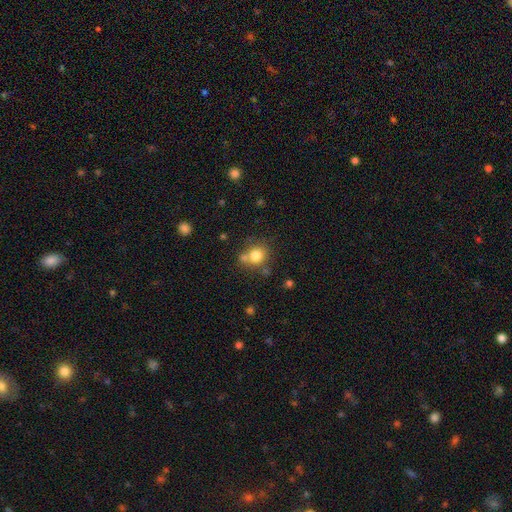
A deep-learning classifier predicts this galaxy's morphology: Smooth or featured?
  - smooth: 79% *
  - star or artifact: 11%
  - featured or disk: 10%
How rounded?
  - round: 79% *
  - in between: 21%
  - cigar-shaped: 1%
Merging?
  - none: 57% *
  - merger: 25%
  - minor disturbance: 13%
  - major disturbance: 5%